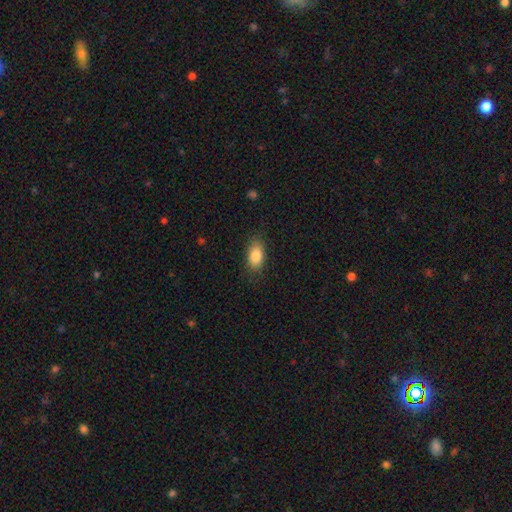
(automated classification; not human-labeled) Overall: smooth (86%). How rounded: in between (89%). Merging: none (82%).